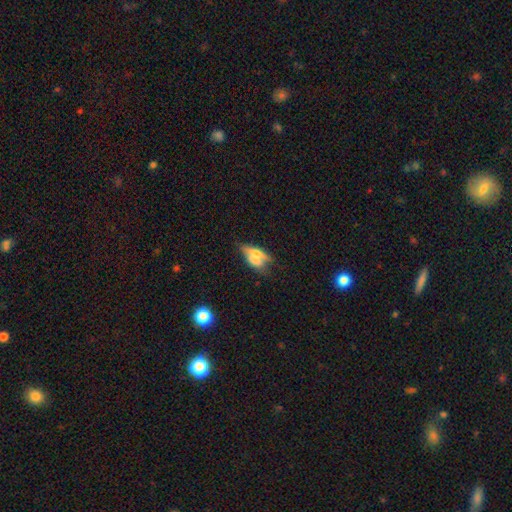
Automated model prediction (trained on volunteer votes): Overall: smooth (53%; featured or disk 37%). How rounded: in between (62%; cigar-shaped 29%). Merging: merger (42%; none 35%).